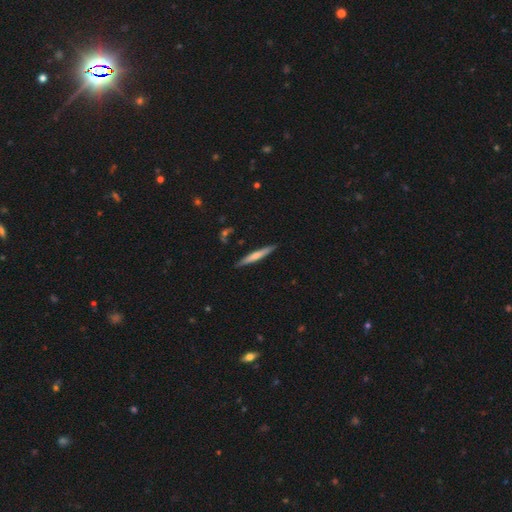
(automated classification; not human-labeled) This is possibly a smooth galaxy (54%). How rounded: clearly cigar-shaped (95%). Merging: clearly none (89%).